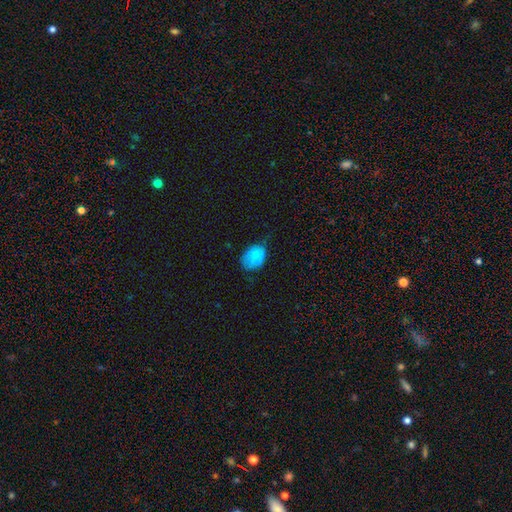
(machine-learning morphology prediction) Smooth or featured: smooth — 80% (featured or disk — 12%)
How rounded: in between — 70% (round — 29%)
Merging: minor disturbance — 43% (none — 42%)